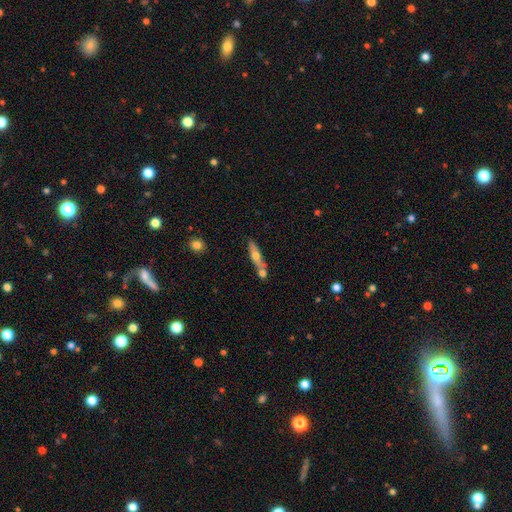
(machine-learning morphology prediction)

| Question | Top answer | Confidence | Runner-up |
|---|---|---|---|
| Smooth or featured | smooth | 49% | featured or disk (44%) |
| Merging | none | 56% | merger (27%) |